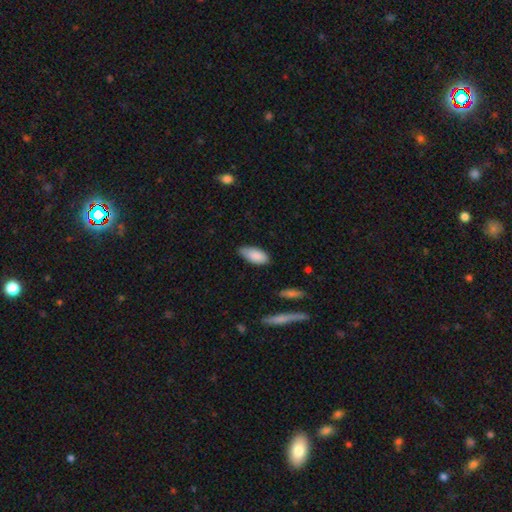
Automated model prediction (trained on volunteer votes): Smooth or featured? Predicted: smooth (p=0.87). How rounded? Predicted: in between (p=0.90). Merging? Predicted: none (p=0.73).